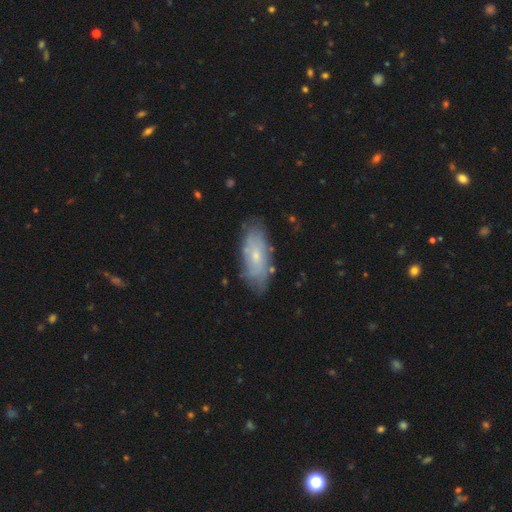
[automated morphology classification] smooth 49%, featured or disk 44%, star or artifact 7%. Down the decision tree: merging — none (76%).